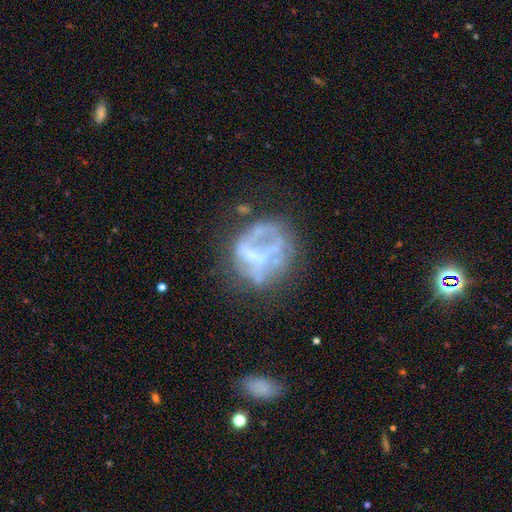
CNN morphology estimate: The model was most divided on "merging": none: 43%, major disturbance: 30%, minor disturbance: 19%, merger: 7%. More confident: edge-on disk — no (97%); spiral arms — no (81%); smooth or featured — featured or disk (63%); bar — no (60%); bulge size — none (58%).